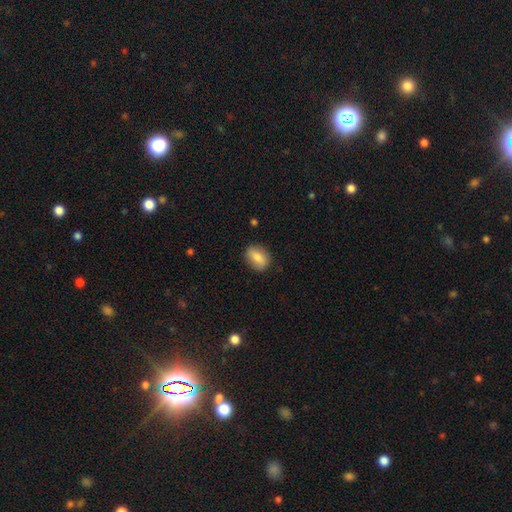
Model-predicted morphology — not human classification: A smooth galaxy with no disk features (77%) that is in between round and cigar-shaped (75%). Merging: none (84%).